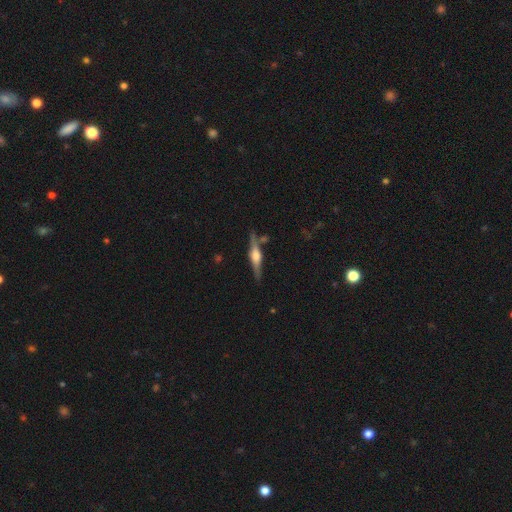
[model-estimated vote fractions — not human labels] This is likely a featured or disk galaxy (75%). It is clearly viewed edge-on (97%). Edge-on bulge: clearly rounded (83%). Merging: clearly none (80%).